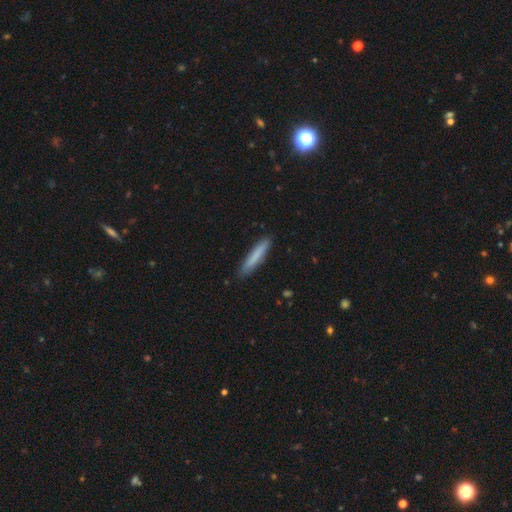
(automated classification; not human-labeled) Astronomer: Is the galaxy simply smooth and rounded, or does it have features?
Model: smooth — 79%.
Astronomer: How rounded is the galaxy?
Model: cigar-shaped — 93%.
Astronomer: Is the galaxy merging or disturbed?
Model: none — 88%.